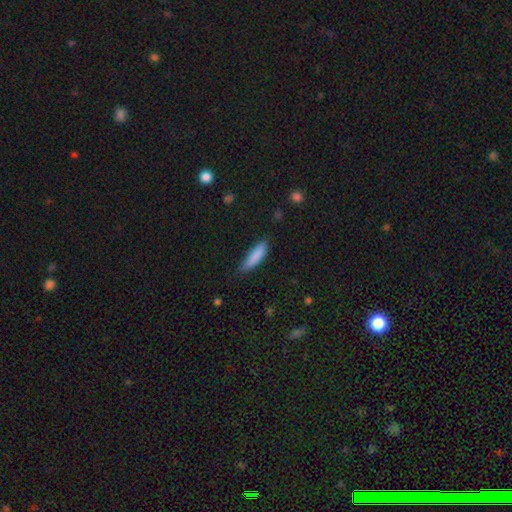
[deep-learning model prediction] smooth 86%, featured or disk 8%, star or artifact 6%. Down the decision tree: how rounded — cigar-shaped (73%); merging — none (74%).